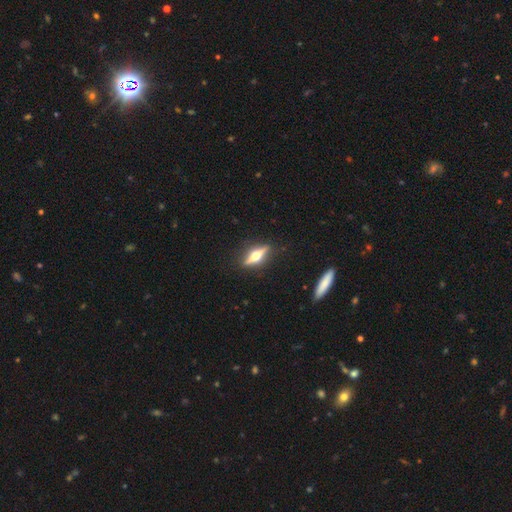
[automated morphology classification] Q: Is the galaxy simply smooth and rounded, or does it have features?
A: featured or disk — 70%.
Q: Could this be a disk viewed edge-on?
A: yes — 96%.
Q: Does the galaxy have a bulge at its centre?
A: rounded — 96%.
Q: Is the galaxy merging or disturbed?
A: none — 87%.